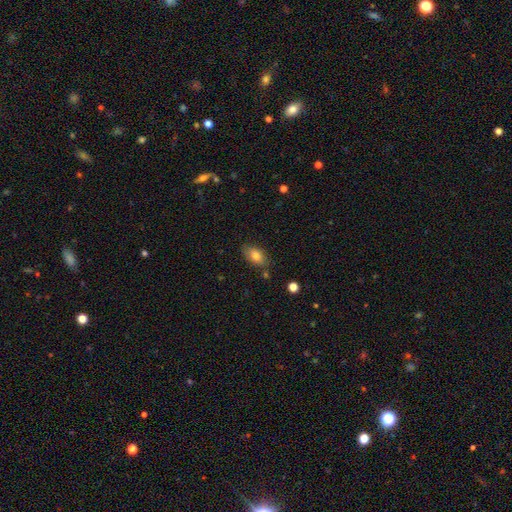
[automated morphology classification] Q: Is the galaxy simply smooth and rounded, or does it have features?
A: smooth — 79%.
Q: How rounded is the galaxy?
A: in between — 88%.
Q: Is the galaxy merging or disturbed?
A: none — 78%.